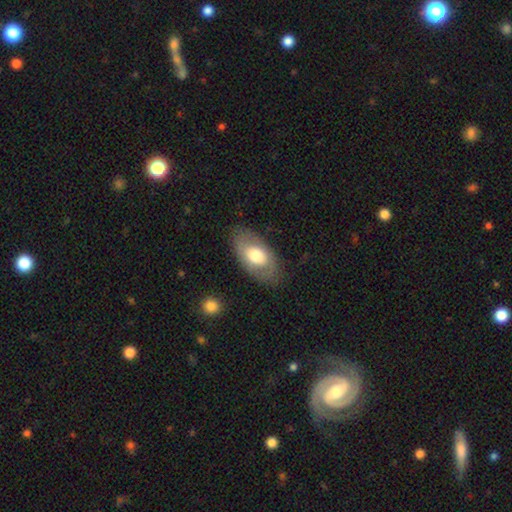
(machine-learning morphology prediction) Q: Smooth or featured?
A: smooth (59%); runner-up: featured or disk (35%)
Q: How rounded?
A: in between (92%); runner-up: round (6%)
Q: Merging?
A: none (79%); runner-up: minor disturbance (14%)